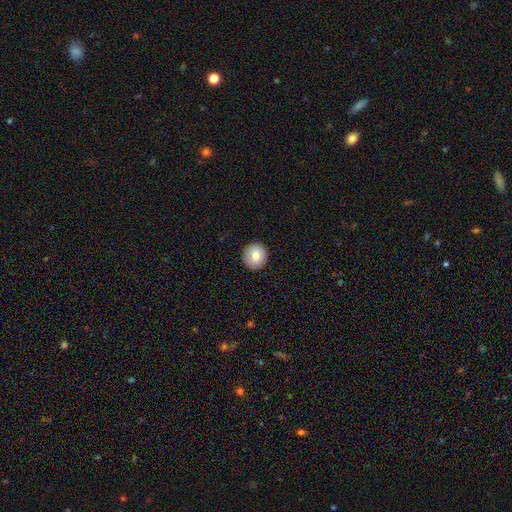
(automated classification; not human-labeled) Smooth or featured?
  - smooth: 80% *
  - featured or disk: 12%
  - star or artifact: 8%
How rounded?
  - round: 94% *
  - in between: 5%
  - cigar-shaped: 1%
Merging?
  - none: 93% *
  - minor disturbance: 5%
  - major disturbance: 1%
  - merger: 1%